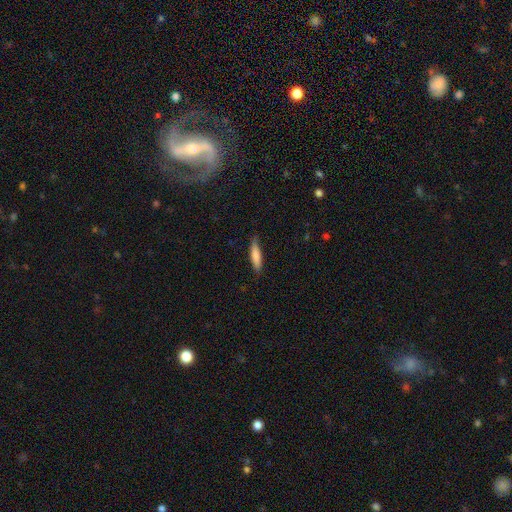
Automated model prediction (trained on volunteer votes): This appears to be a smooth galaxy with no disk features (77%) that is cigar-shaped (80%). Merging: none (84%).